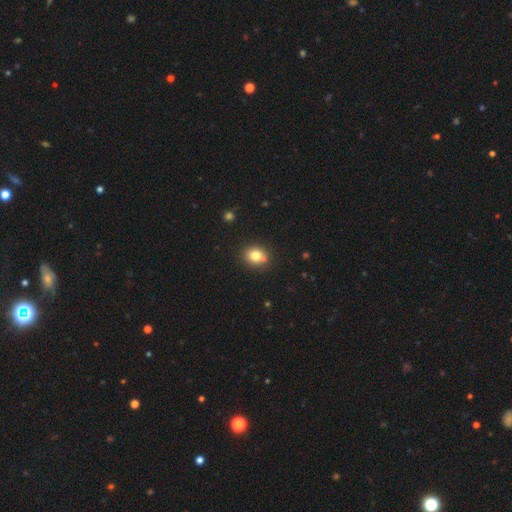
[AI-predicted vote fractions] The model was most divided on "how rounded": round: 70%, in between: 29%, cigar-shaped: 1%. More confident: smooth or featured — smooth (79%); merging — none (73%).